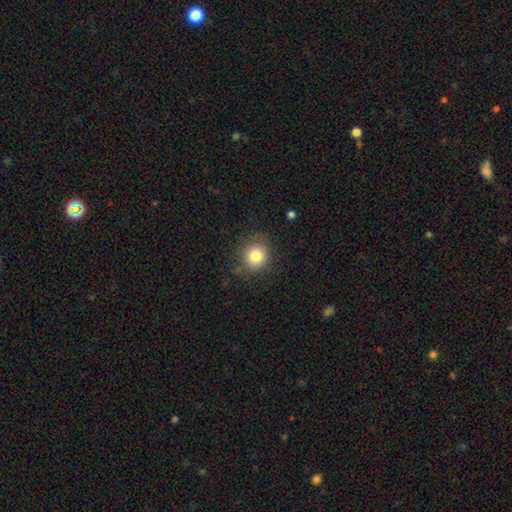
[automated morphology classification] smooth_or_featured: smooth (p=0.82) [alt: star or artifact p=0.11]
how_rounded: round (p=0.88) [alt: in between p=0.11]
merging: none (p=0.82) [alt: minor disturbance p=0.13]